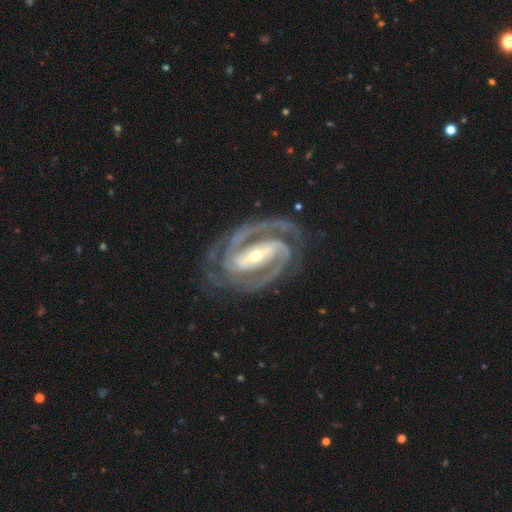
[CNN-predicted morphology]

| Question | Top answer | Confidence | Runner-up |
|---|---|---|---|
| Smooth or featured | featured or disk | 92% | star or artifact (5%) |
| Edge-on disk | no | 97% | yes (3%) |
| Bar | strong | 68% | weak (22%) |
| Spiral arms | yes | 98% | no (2%) |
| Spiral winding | tight | 60% | medium (35%) |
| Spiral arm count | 2 | 80% | 3 (10%) |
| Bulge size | small | 61% | moderate (35%) |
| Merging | none | 79% | minor disturbance (14%) |